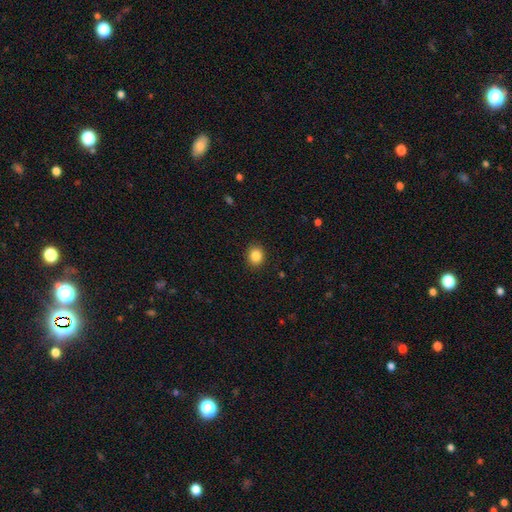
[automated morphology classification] Smooth or featured? smooth (85%)
How rounded? round (74%)
Merging? none (91%)